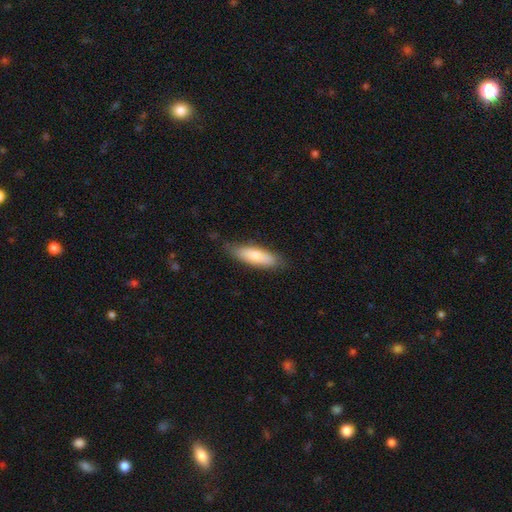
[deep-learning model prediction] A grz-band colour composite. It shows a smooth galaxy with no disk features (76%) that is cigar-shaped (51%). Merging: none (78%).